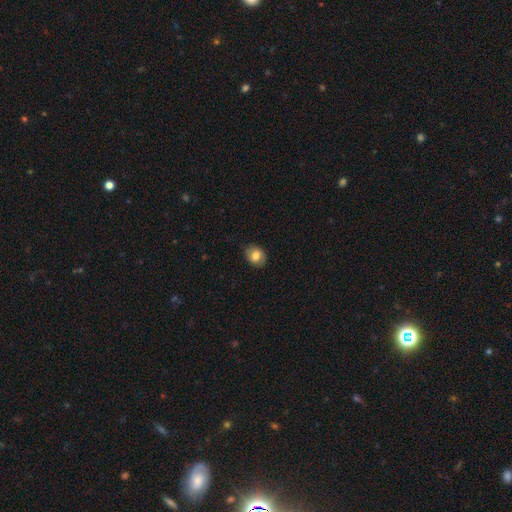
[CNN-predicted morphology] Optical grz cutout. It shows a smooth galaxy with no disk features (78%) that is in between round and cigar-shaped (56%). Merging: none (82%).